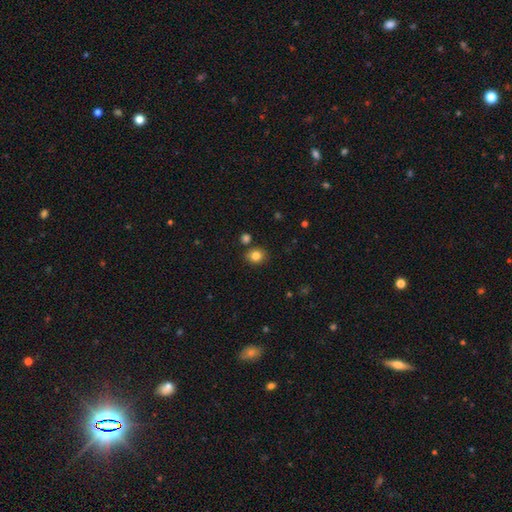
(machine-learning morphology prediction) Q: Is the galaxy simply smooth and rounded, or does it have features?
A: smooth — 83%.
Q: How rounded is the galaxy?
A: round — 66%.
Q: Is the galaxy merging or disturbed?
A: none — 80%.